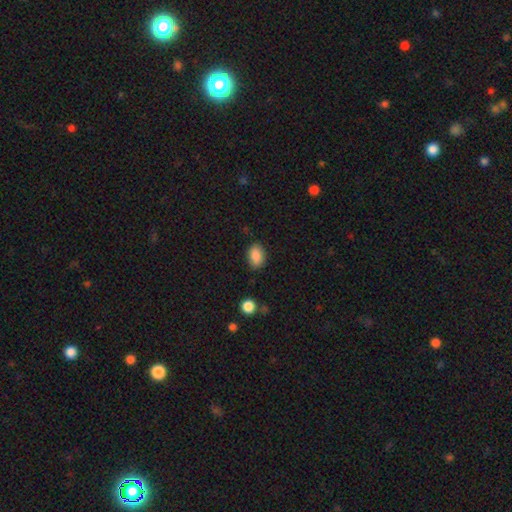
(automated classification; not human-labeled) Smooth or featured? Predicted: smooth (p=0.87). How rounded? Predicted: in between (p=0.87). Merging? Predicted: none (p=0.84).